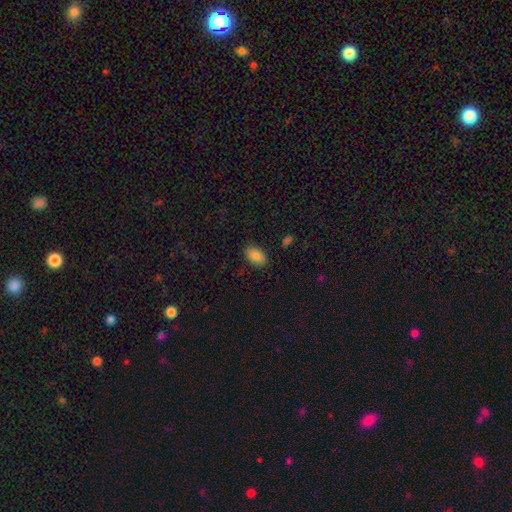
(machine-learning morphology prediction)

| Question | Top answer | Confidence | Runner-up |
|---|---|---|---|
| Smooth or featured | smooth | 86% | star or artifact (8%) |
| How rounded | in between | 91% | round (7%) |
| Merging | none | 86% | minor disturbance (10%) |